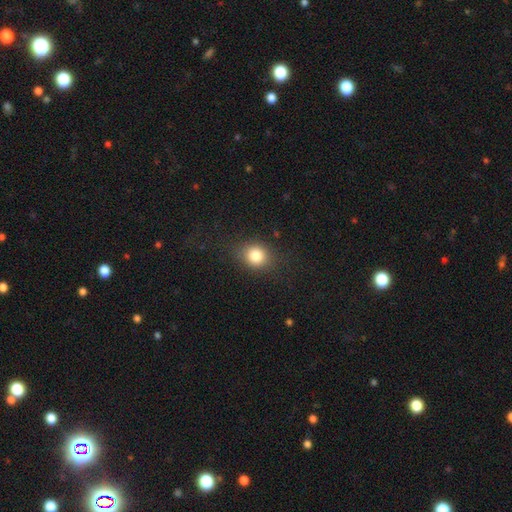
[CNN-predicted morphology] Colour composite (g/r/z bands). It shows a smooth galaxy with no disk features (82%) that is round (71%). Merging: none (82%).